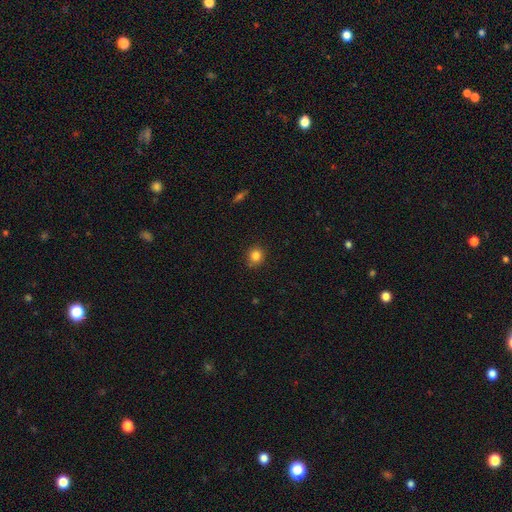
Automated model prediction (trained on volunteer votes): This is clearly a smooth galaxy (84%). How rounded: clearly round (86%). Merging: clearly none (86%).